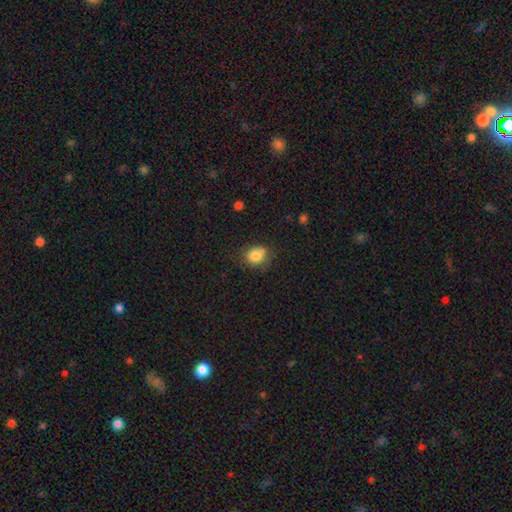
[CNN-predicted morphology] smooth-or-featured: smooth: 80% | star or artifact: 11% | featured or disk: 9%
  how-rounded: round: 71% | in between: 28% | cigar-shaped: 1%
  merging: none: 60% | minor disturbance: 21% | merger: 13% | major disturbance: 6%